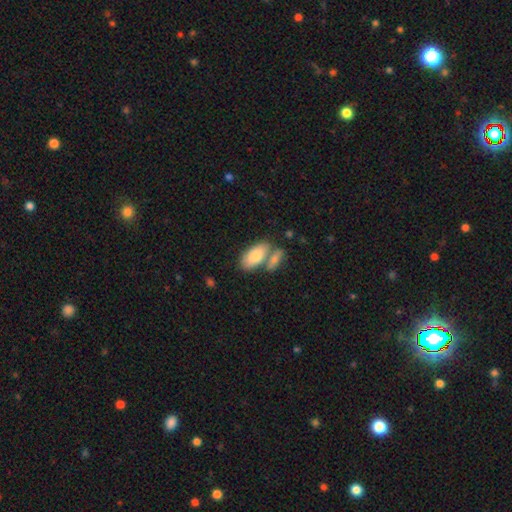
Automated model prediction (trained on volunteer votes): Smooth or featured: smooth — 81% (featured or disk — 14%)
How rounded: in between — 91% (cigar-shaped — 6%)
Merging: none — 47% (merger — 39%)